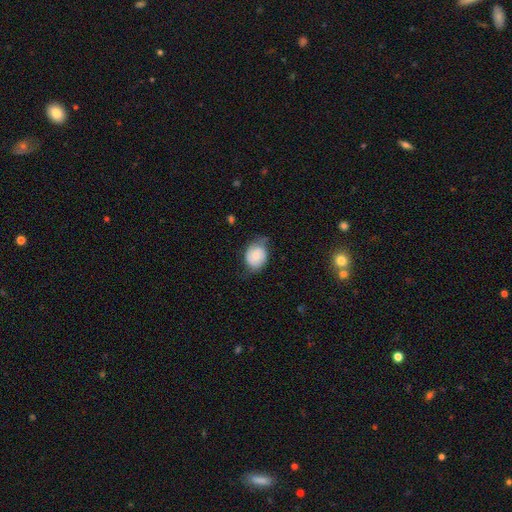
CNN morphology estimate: type=smooth (55%); roundness=round (50%, tied with in between); merging=none (54%).